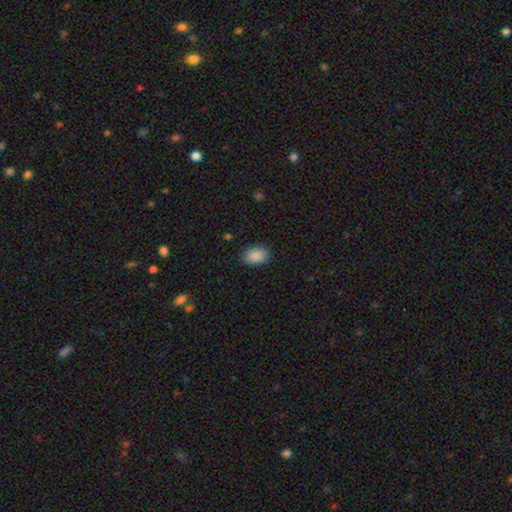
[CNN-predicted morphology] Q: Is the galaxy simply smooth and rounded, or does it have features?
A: smooth — 89%.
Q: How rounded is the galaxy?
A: in between — 83%.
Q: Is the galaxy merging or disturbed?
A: none — 86%.